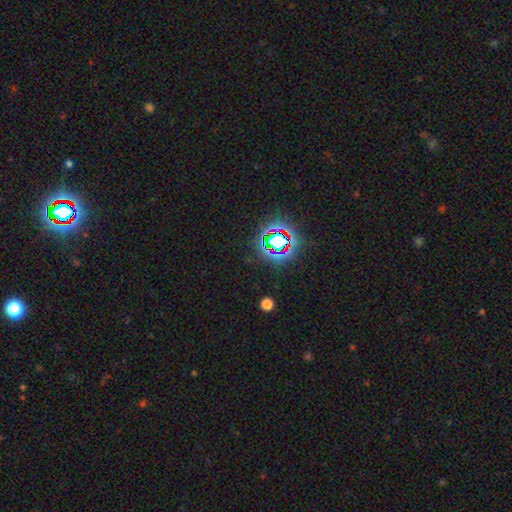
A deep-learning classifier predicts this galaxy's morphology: smooth_or_featured: star or artifact (p=0.79) [alt: smooth p=0.13]